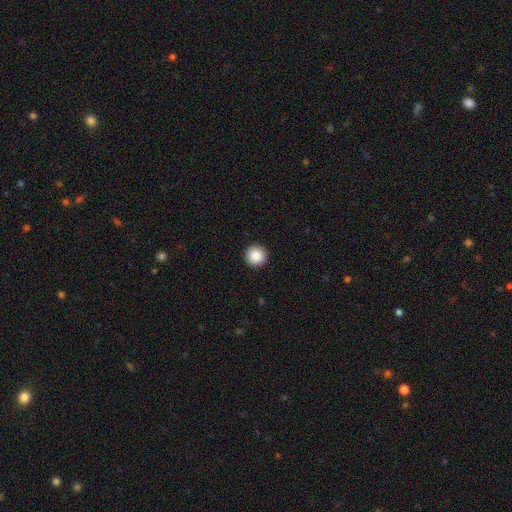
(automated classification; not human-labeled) This is clearly a smooth galaxy (88%). How rounded: clearly round (96%). Merging: clearly none (94%).